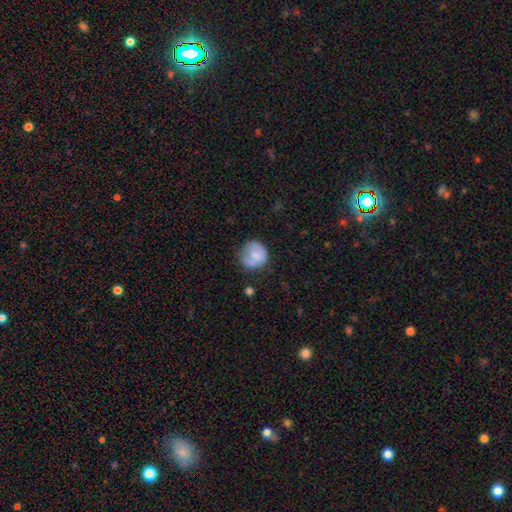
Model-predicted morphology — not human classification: Q: Smooth or featured?
A: smooth (69%); runner-up: featured or disk (24%)
Q: How rounded?
A: round (84%); runner-up: in between (15%)
Q: Merging?
A: none (56%); runner-up: minor disturbance (28%)